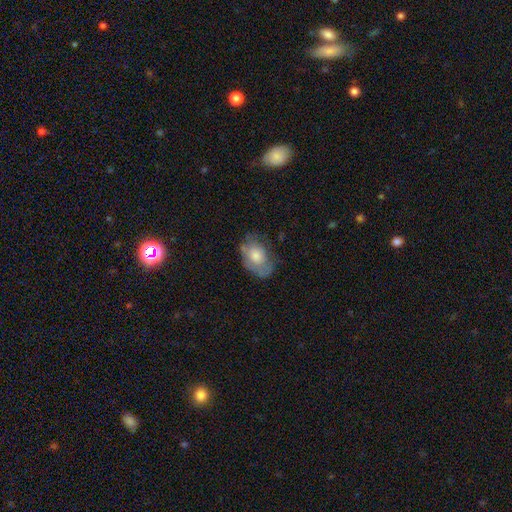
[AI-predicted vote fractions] Smooth or featured: smooth — 56% (featured or disk — 35%)
How rounded: in between — 83% (round — 16%)
Merging: none — 58% (minor disturbance — 28%)